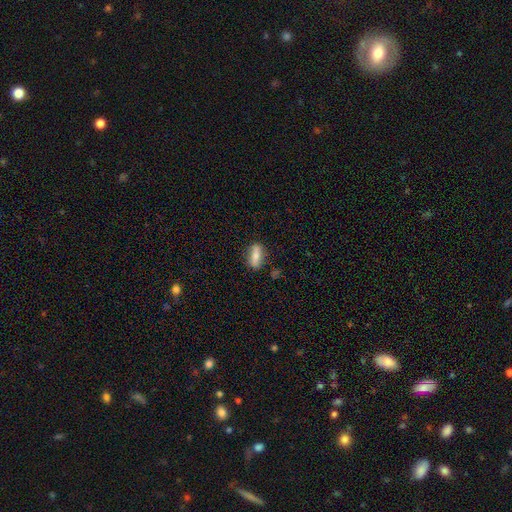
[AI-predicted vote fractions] This is likely a smooth galaxy (67%). How rounded: likely in between (66%). Merging: clearly none (80%).